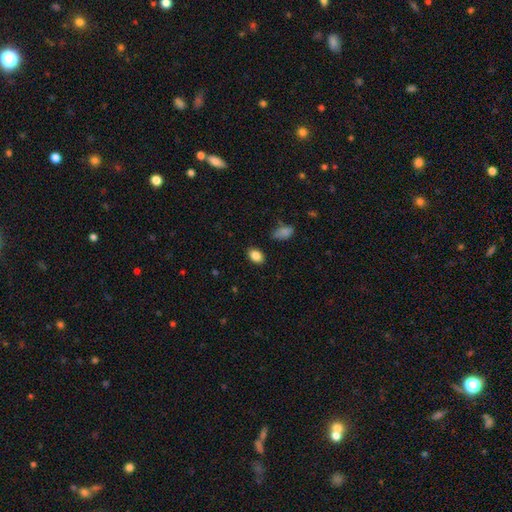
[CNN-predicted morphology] Smooth or featured?
  - smooth: 86% *
  - star or artifact: 9%
  - featured or disk: 5%
How rounded?
  - in between: 81% *
  - round: 18%
  - cigar-shaped: 1%
Merging?
  - none: 85% *
  - minor disturbance: 11%
  - major disturbance: 3%
  - merger: 2%